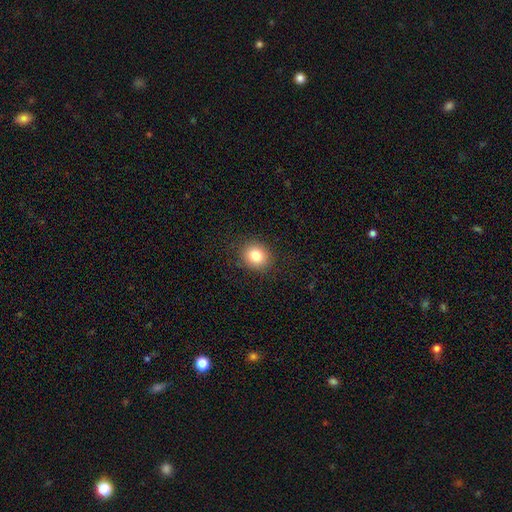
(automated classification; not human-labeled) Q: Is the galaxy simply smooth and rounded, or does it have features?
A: smooth — 82%.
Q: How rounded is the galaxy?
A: round — 76%.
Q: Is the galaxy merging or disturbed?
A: none — 88%.